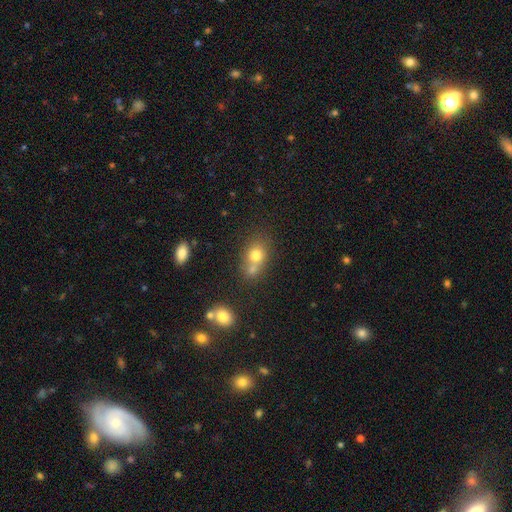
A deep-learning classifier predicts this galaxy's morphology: The model was most divided on "merging": merger: 46%, none: 40%, minor disturbance: 10%, major disturbance: 4%. More confident: smooth or featured — smooth (73%); how rounded — round (59%).